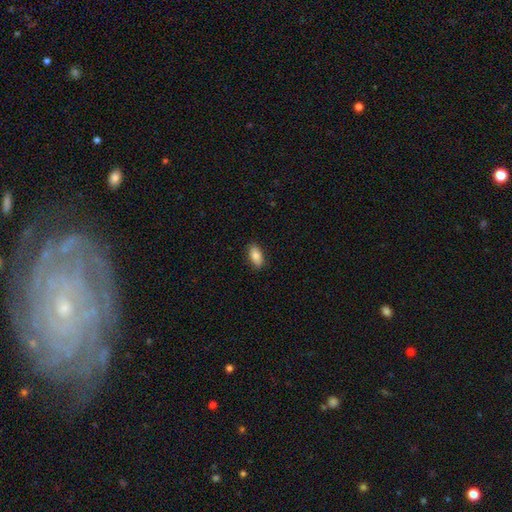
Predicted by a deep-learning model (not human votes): Morphology: type=smooth (82%); roundness=in between (92%); merging=none (87%).